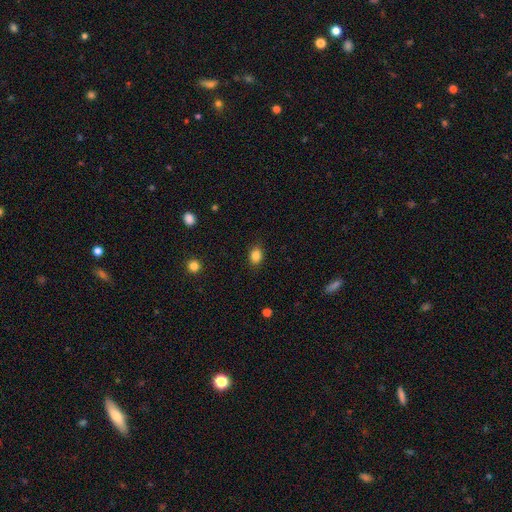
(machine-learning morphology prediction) Smooth or featured? Predicted: smooth (p=0.85). How rounded? Predicted: in between (p=0.67). Merging? Predicted: none (p=0.85).